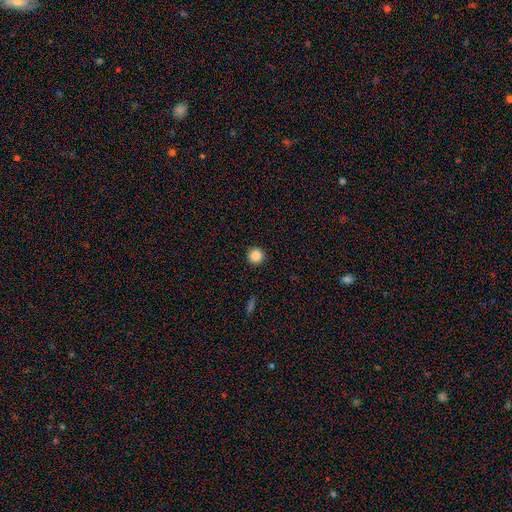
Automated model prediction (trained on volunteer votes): smooth 87%, star or artifact 10%, featured or disk 3%. Down the decision tree: how rounded — round (96%); merging — none (93%).